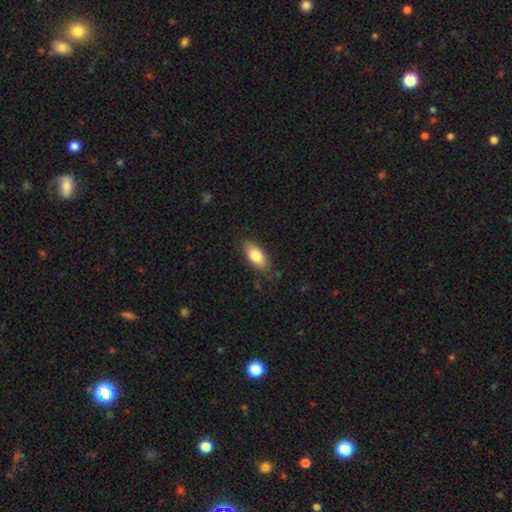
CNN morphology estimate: smooth_or_featured: smooth (p=0.80) [alt: featured or disk p=0.14]
how_rounded: in between (p=0.86) [alt: cigar-shaped p=0.11]
merging: none (p=0.81) [alt: minor disturbance p=0.15]